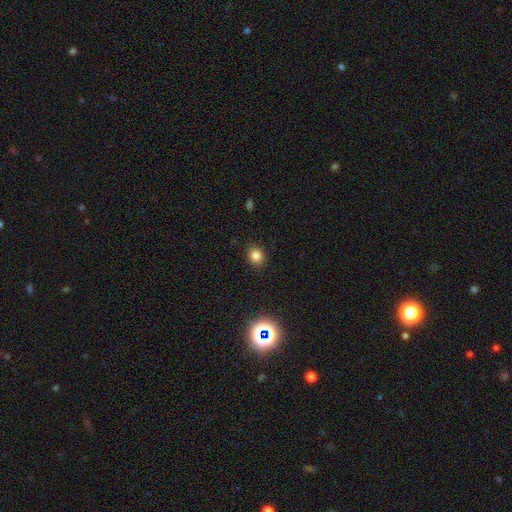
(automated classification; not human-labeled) Smooth or featured? smooth (81%)
How rounded? round (73%)
Merging? none (88%)